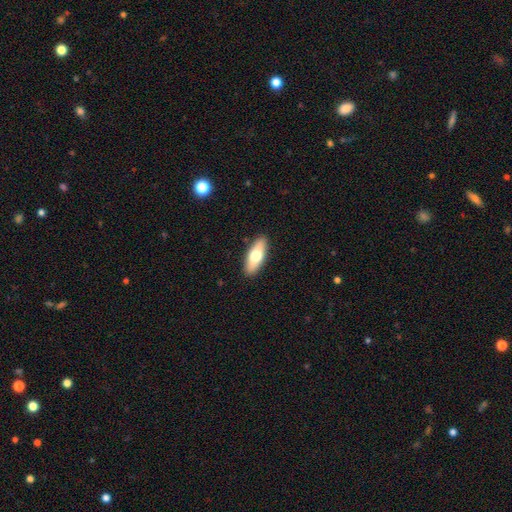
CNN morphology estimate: This is likely a smooth galaxy (67%). How rounded: likely in between (70%). Merging: clearly none (89%).